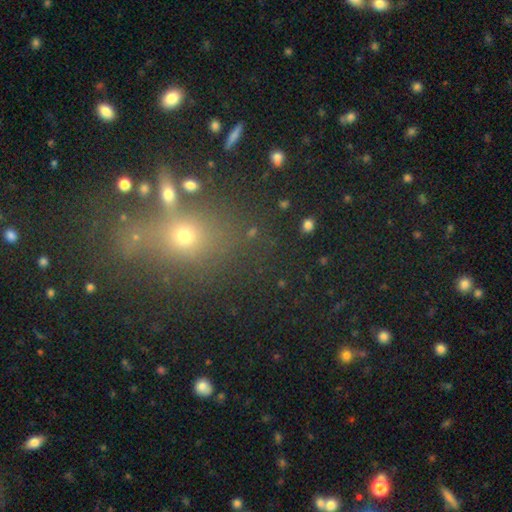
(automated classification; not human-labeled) Smooth or featured?
  - smooth: 51% *
  - star or artifact: 37%
  - featured or disk: 12%
How rounded?
  - round: 55% *
  - in between: 39%
  - cigar-shaped: 6%
Merging?
  - none: 71% *
  - minor disturbance: 13%
  - merger: 9%
  - major disturbance: 6%